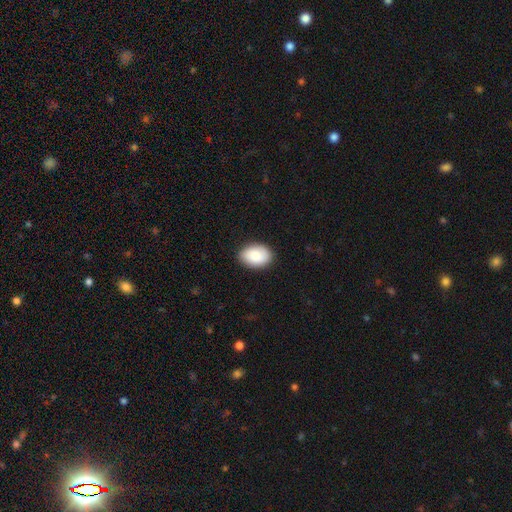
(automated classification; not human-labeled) Smooth or featured? Predicted: smooth (p=0.87). How rounded? Predicted: in between (p=0.84). Merging? Predicted: none (p=0.87).